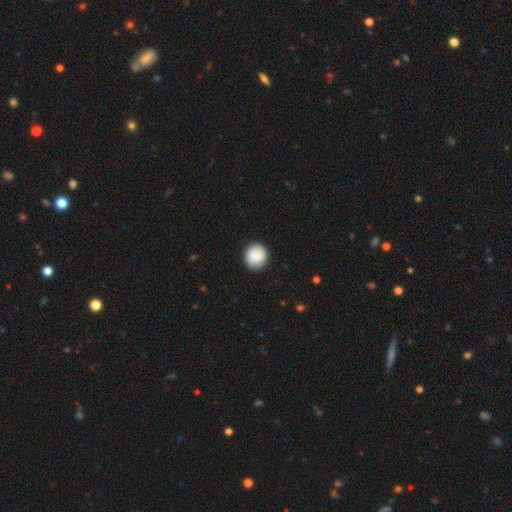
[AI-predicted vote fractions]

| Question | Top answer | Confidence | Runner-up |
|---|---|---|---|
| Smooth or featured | smooth | 84% | featured or disk (9%) |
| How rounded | round | 91% | in between (8%) |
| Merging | none | 88% | minor disturbance (9%) |